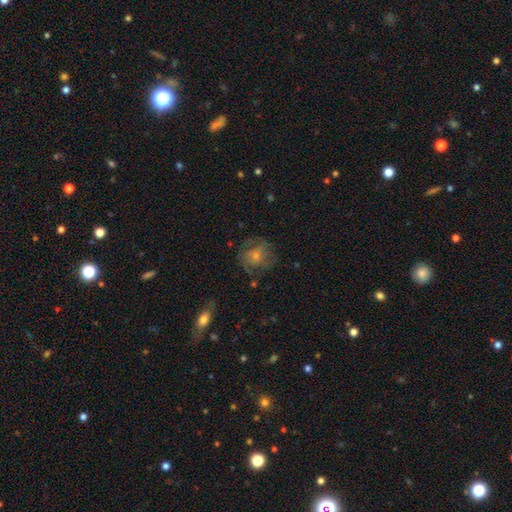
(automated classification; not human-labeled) Smooth or featured? featured or disk (48%)
Merging? none (74%)